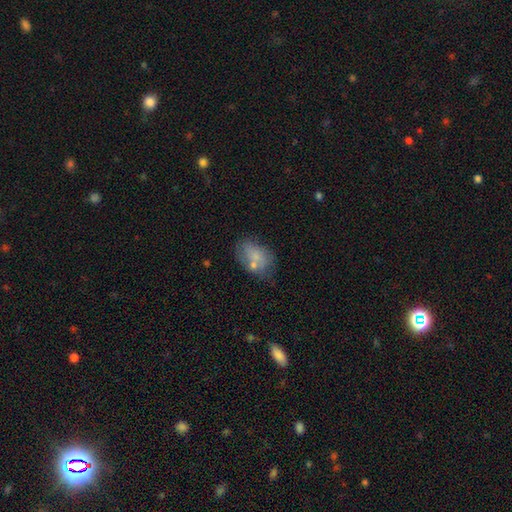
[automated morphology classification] Smooth or featured: smooth — 63% (featured or disk — 27%)
How rounded: in between — 86% (round — 12%)
Merging: none — 46% (minor disturbance — 24%)